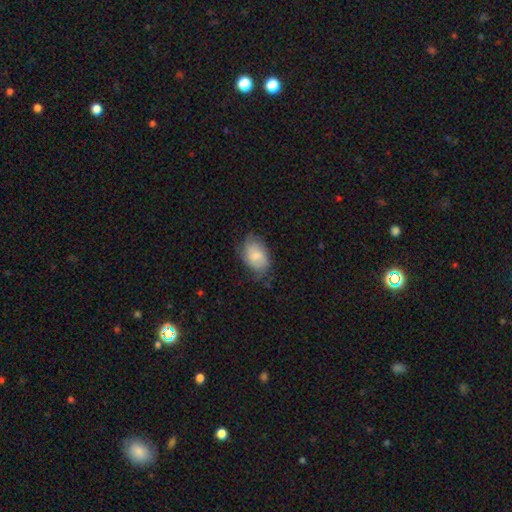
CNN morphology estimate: smooth 73%, featured or disk 21%, star or artifact 7%. Down the decision tree: how rounded — in between (88%); merging — none (61%).